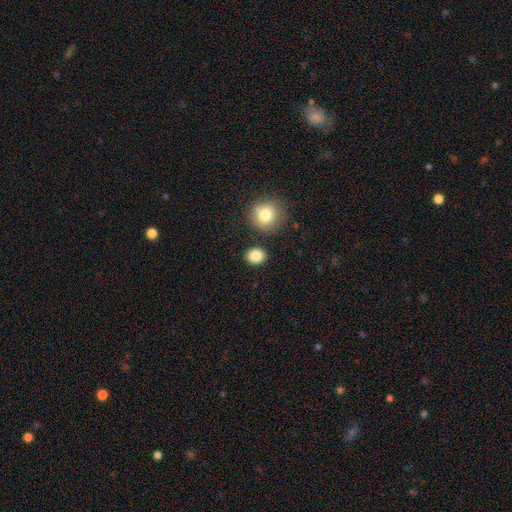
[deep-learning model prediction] smooth_or_featured: smooth (p=0.85) [alt: star or artifact p=0.10]
how_rounded: round (p=0.66) [alt: in between p=0.33]
merging: none (p=0.86) [alt: minor disturbance p=0.07]